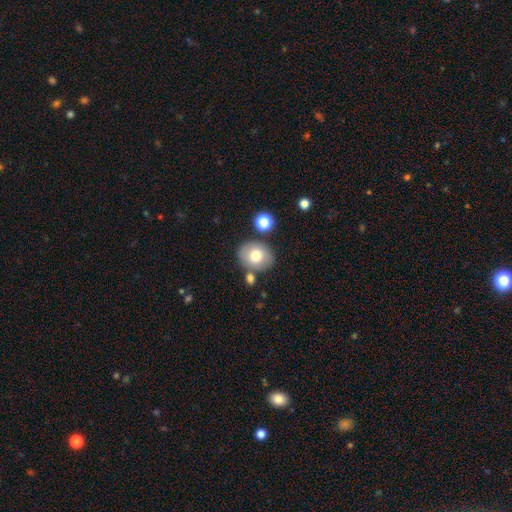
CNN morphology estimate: This is likely a smooth galaxy (71%). How rounded: possibly round (55%). Merging: likely none (72%).